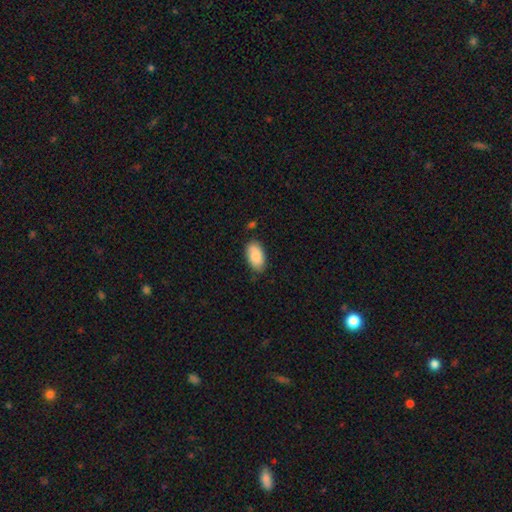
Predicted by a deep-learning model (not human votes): Smooth or featured? smooth (88%)
How rounded? in between (95%)
Merging? none (80%)